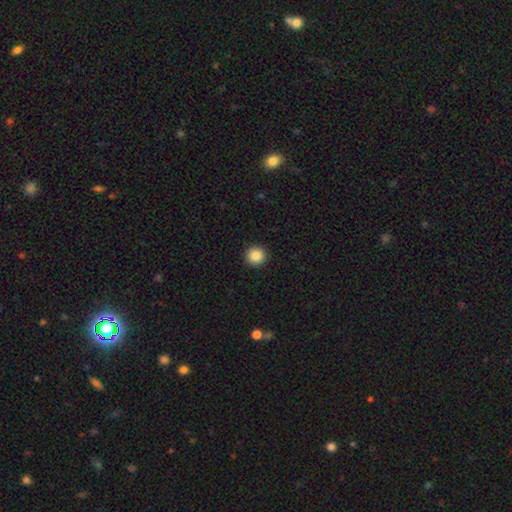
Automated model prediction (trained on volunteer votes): Morphology: type=smooth (86%); roundness=round (96%); merging=none (93%).